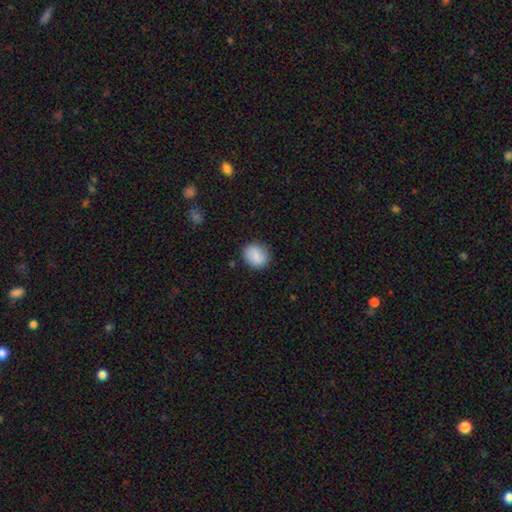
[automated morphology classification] smooth-or-featured: smooth: 85% | featured or disk: 7% | star or artifact: 7%
  how-rounded: round: 64% | in between: 35% | cigar-shaped: 1%
  merging: none: 84% | minor disturbance: 12% | major disturbance: 3% | merger: 1%